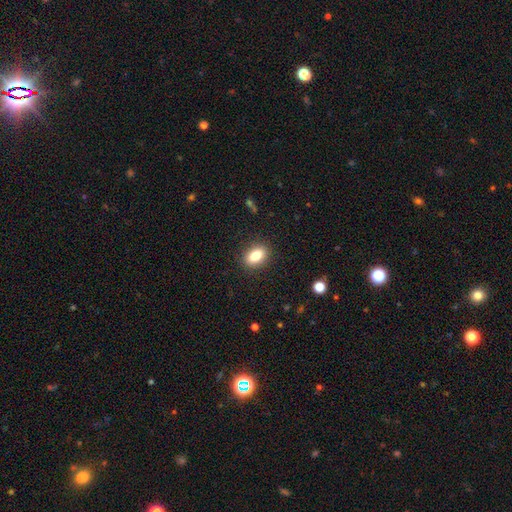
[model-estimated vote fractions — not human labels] Smooth or featured?
  - smooth: 83% *
  - star or artifact: 9%
  - featured or disk: 9%
How rounded?
  - in between: 83% *
  - round: 14%
  - cigar-shaped: 3%
Merging?
  - none: 88% *
  - minor disturbance: 8%
  - major disturbance: 2%
  - merger: 1%